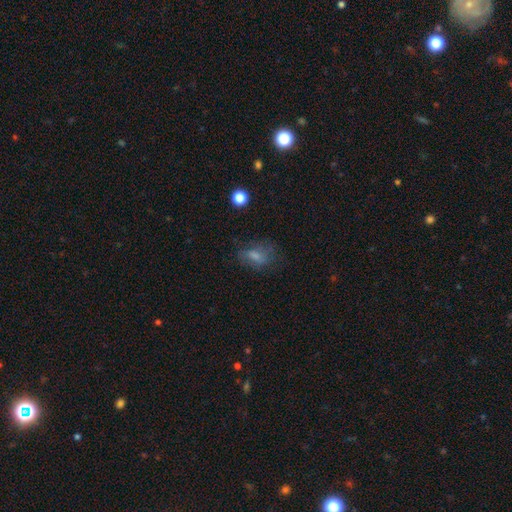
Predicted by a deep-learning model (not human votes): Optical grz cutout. It shows a smooth galaxy with no disk features (67%) that is in between round and cigar-shaped (76%). Merging: none (58%).